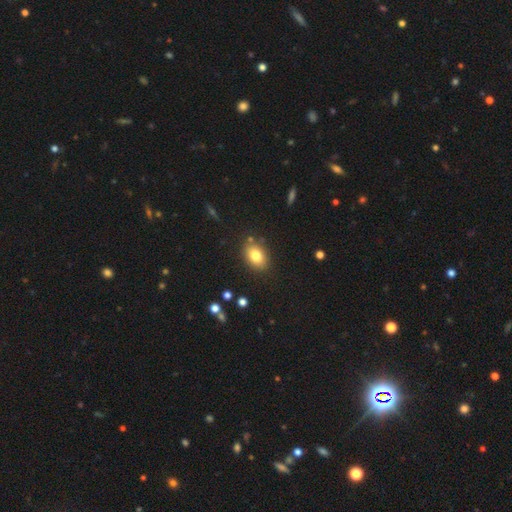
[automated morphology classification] type=smooth (80%); roundness=in between (71%); merging=none (83%).